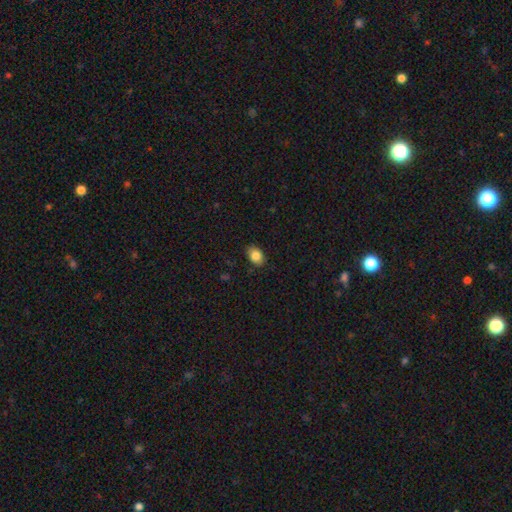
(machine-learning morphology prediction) type=smooth (84%); roundness=in between (81%); merging=none (86%).